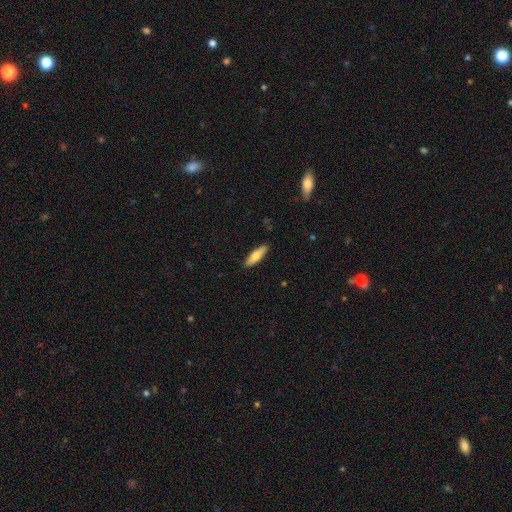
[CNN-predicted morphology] smooth 70%, featured or disk 24%, star or artifact 6%. Down the decision tree: how rounded — cigar-shaped (56%); merging — none (89%).